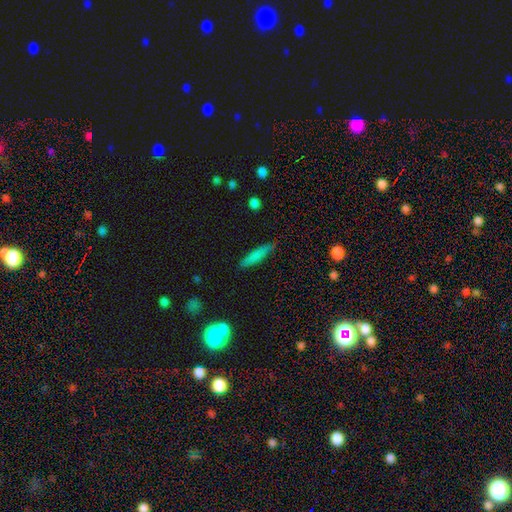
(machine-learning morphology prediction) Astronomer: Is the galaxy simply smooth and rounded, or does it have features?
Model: smooth — 76%.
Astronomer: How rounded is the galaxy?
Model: cigar-shaped — 85%.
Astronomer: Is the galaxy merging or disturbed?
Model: none — 80%.